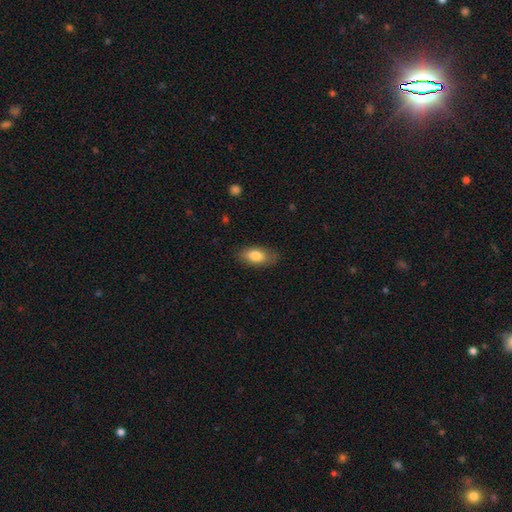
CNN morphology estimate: Smooth or featured?
  - smooth: 82% *
  - featured or disk: 11%
  - star or artifact: 7%
How rounded?
  - in between: 89% *
  - cigar-shaped: 7%
  - round: 5%
Merging?
  - none: 81% *
  - minor disturbance: 14%
  - major disturbance: 3%
  - merger: 1%